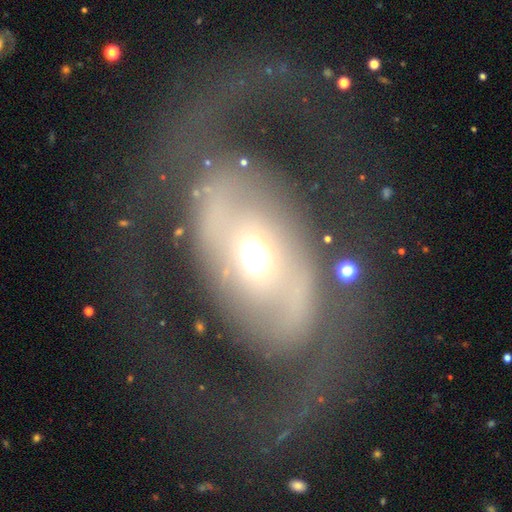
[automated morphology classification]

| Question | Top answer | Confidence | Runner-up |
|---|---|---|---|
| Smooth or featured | featured or disk | 53% | smooth (33%) |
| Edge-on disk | no | 88% | yes (12%) |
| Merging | none | 57% | major disturbance (21%) |